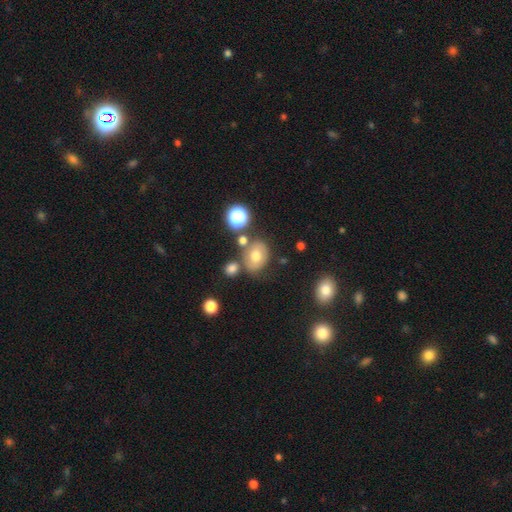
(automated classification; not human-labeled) This is possibly a smooth galaxy (58%). How rounded: possibly round (51%). Merging: likely none (62%).